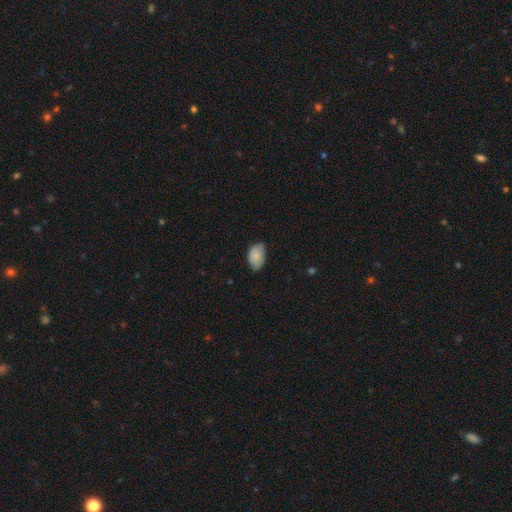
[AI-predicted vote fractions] This appears to be a smooth galaxy with no disk features (82%) that is in between round and cigar-shaped (91%). Merging: none (64%).